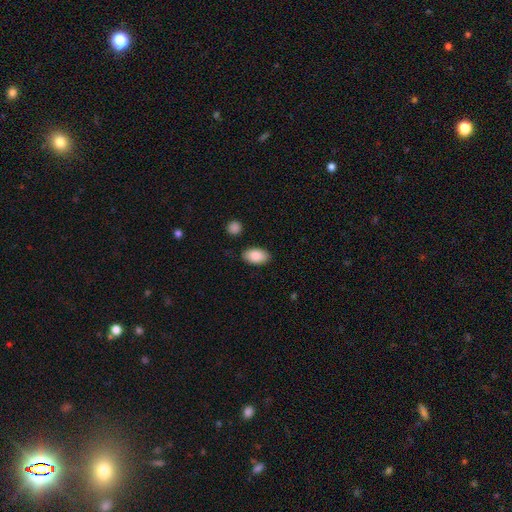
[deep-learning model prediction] Overall: smooth (88%). How rounded: in between (94%). Merging: none (85%).